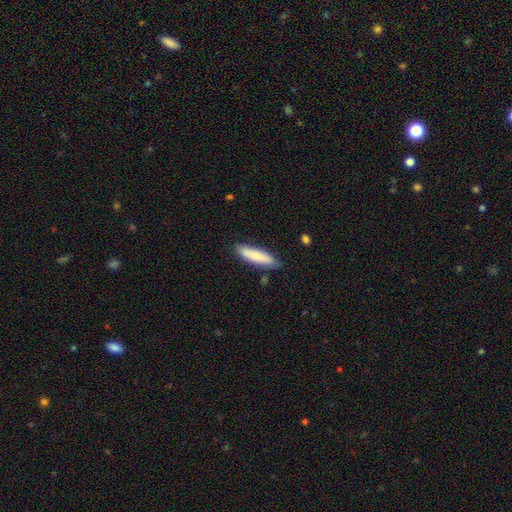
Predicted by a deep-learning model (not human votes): smooth_or_featured: smooth (p=0.82) [alt: featured or disk p=0.12]
how_rounded: cigar-shaped (p=0.77) [alt: in between p=0.22]
merging: none (p=0.81) [alt: minor disturbance p=0.14]